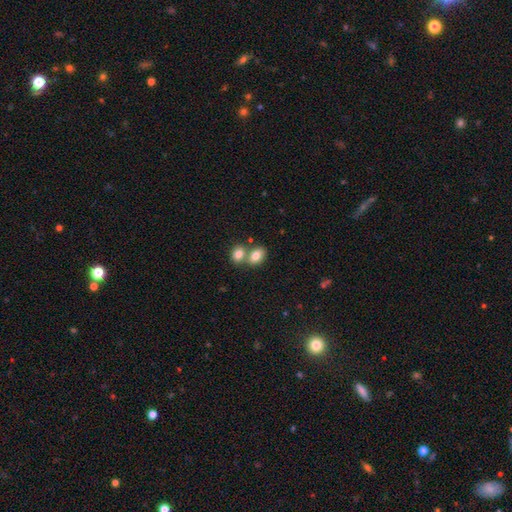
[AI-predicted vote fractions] Morphology: type=smooth (81%); roundness=in between (78%); merging=merger (52%).